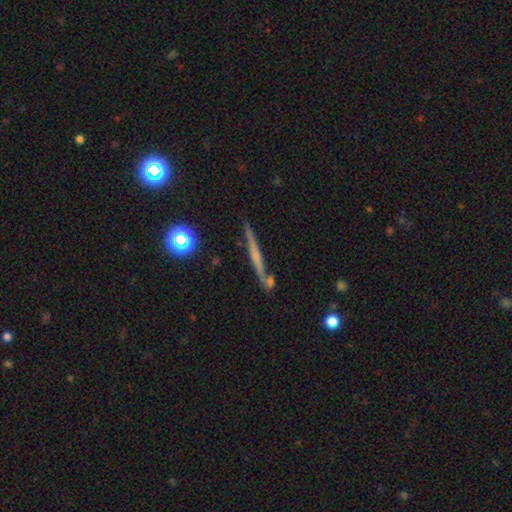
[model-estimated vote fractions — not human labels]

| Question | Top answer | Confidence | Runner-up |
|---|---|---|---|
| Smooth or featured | featured or disk | 58% | smooth (32%) |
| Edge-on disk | yes | 96% | no (4%) |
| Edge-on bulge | none | 67% | rounded (22%) |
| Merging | none | 81% | minor disturbance (10%) |